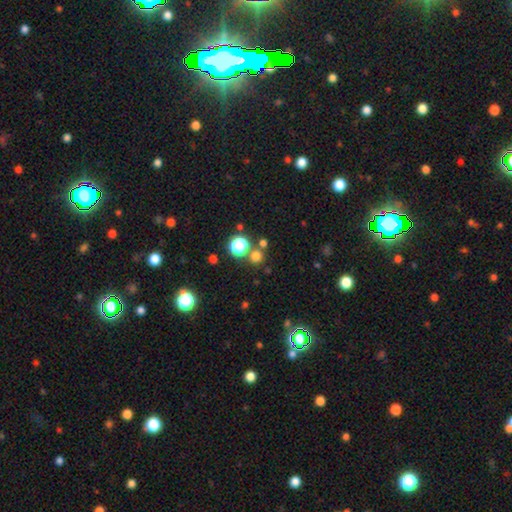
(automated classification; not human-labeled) Smooth or featured? smooth (70%)
How rounded? round (92%)
Merging? none (74%)